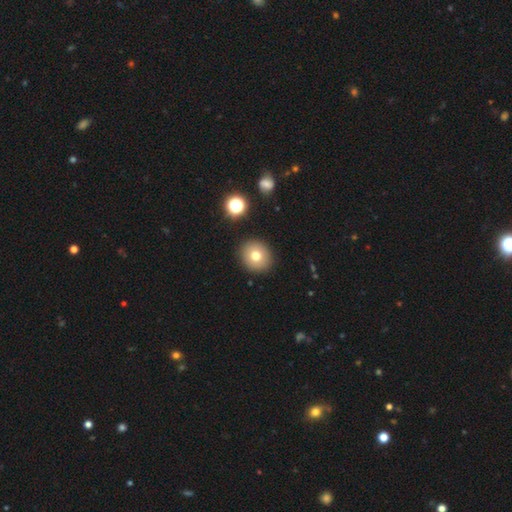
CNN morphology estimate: Smooth or featured?
  - smooth: 75% *
  - featured or disk: 13%
  - star or artifact: 12%
How rounded?
  - round: 83% *
  - in between: 16%
  - cigar-shaped: 1%
Merging?
  - none: 90% *
  - minor disturbance: 6%
  - major disturbance: 2%
  - merger: 2%